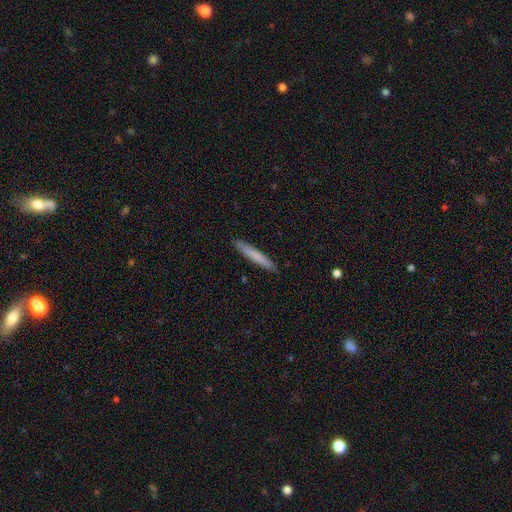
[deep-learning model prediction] smooth-or-featured: smooth: 74% | featured or disk: 20% | star or artifact: 5%
  how-rounded: cigar-shaped: 96% | in between: 3% | round: 1%
  merging: none: 91% | minor disturbance: 6% | major disturbance: 1% | merger: 1%